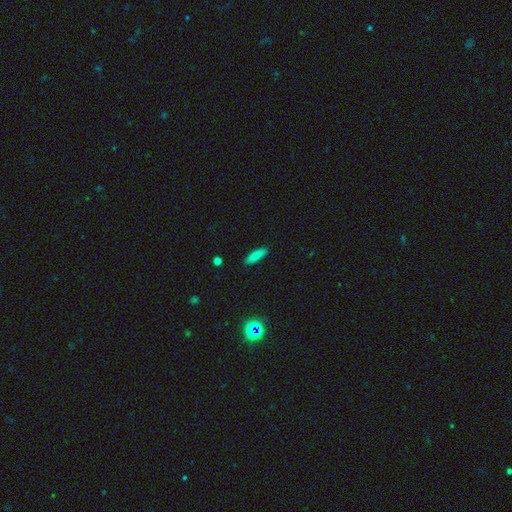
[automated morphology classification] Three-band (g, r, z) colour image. It shows a smooth galaxy with no disk features (81%) that is in between round and cigar-shaped (50%). Merging: none (88%).